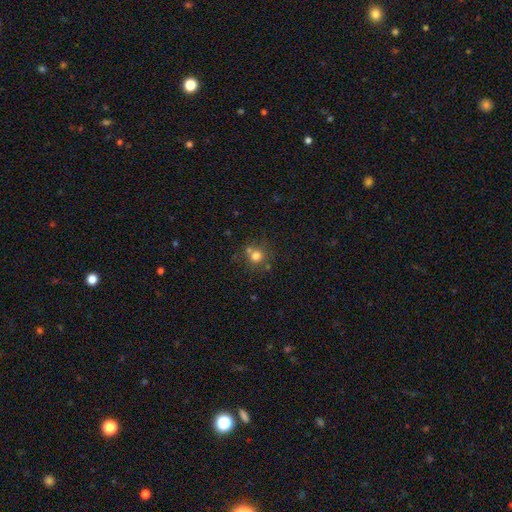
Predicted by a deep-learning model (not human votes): Smooth or featured? Predicted: smooth (p=0.76). How rounded? Predicted: round (p=0.88). Merging? Predicted: none (p=0.63).